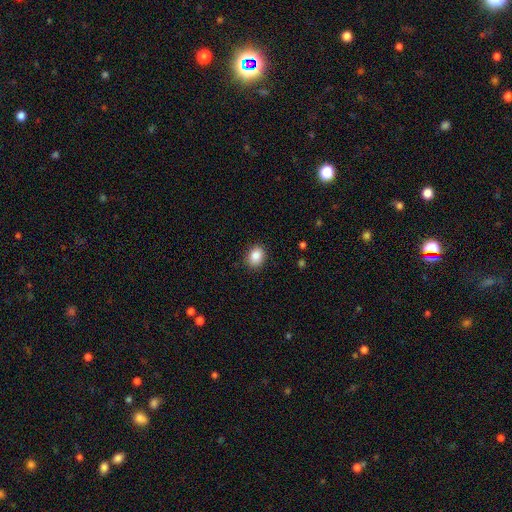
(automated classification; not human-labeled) Overall: smooth (86%). How rounded: in between (50%; round 49%). Merging: none (88%).